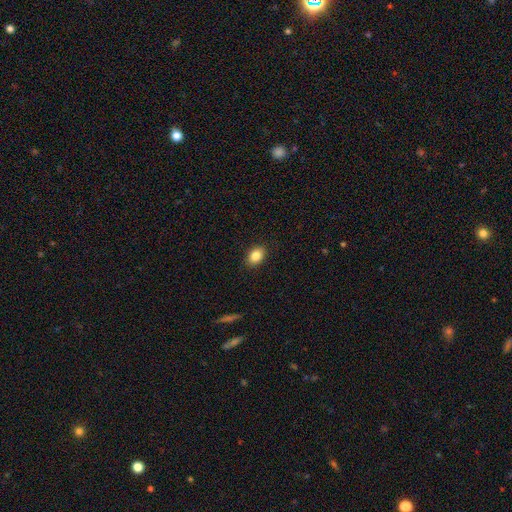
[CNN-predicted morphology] type=smooth (85%); roundness=in between (76%); merging=none (89%).